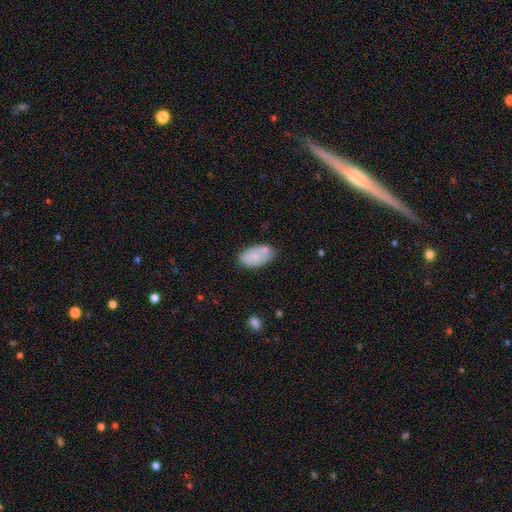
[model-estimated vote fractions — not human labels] smooth-or-featured: smooth: 73% | featured or disk: 20% | star or artifact: 7%
  how-rounded: in between: 94% | round: 4% | cigar-shaped: 2%
  merging: none: 61% | minor disturbance: 19% | merger: 15% | major disturbance: 5%